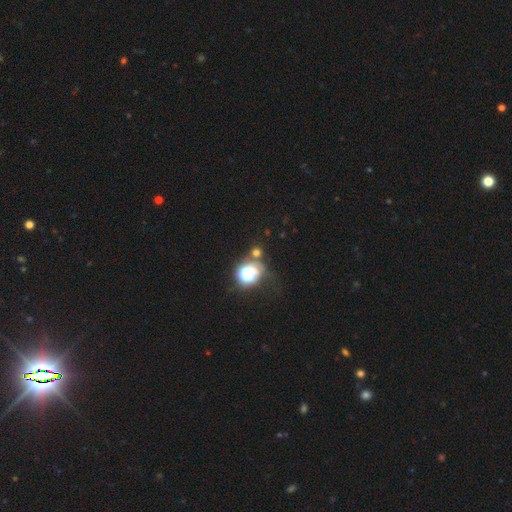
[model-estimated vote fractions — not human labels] The model was most divided on "smooth or featured": star or artifact: 53%, smooth: 38%, featured or disk: 9%.